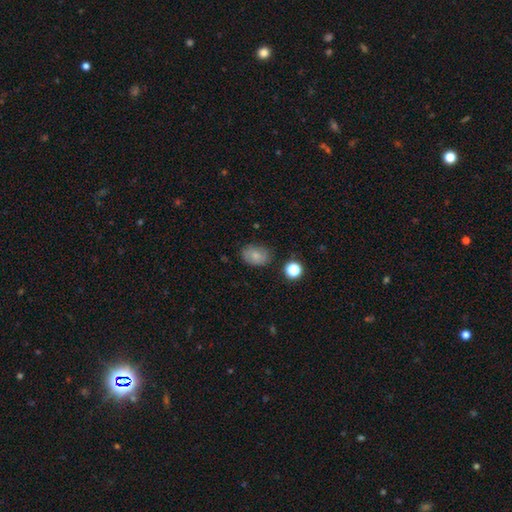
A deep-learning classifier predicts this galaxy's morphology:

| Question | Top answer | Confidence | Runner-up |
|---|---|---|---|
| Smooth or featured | smooth | 75% | featured or disk (15%) |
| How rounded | in between | 70% | round (29%) |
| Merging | none | 76% | minor disturbance (18%) |